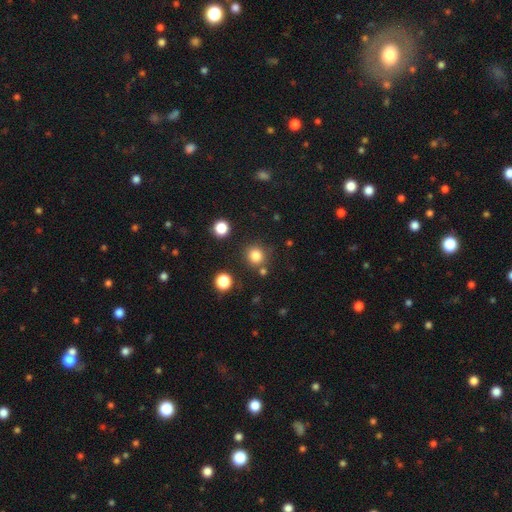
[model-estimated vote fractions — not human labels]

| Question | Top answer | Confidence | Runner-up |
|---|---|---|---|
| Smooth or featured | smooth | 81% | star or artifact (14%) |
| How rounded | round | 91% | in between (8%) |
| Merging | none | 81% | minor disturbance (9%) |